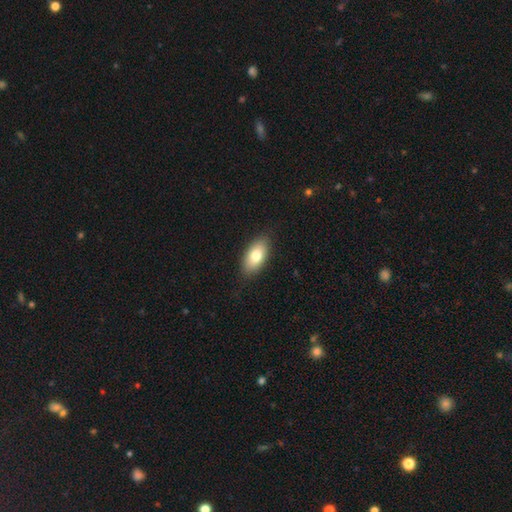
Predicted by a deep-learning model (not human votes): Morphology: type=smooth (77%); roundness=in between (91%); merging=none (85%).